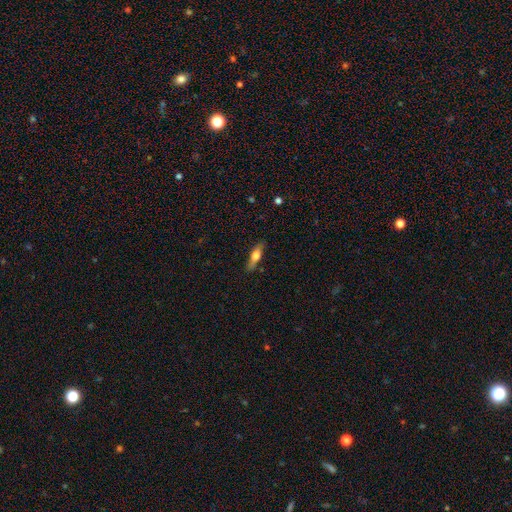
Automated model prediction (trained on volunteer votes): smooth_or_featured: smooth (p=0.56) [alt: featured or disk p=0.38]
how_rounded: cigar-shaped (p=0.63) [alt: in between p=0.34]
merging: none (p=0.82) [alt: minor disturbance p=0.14]